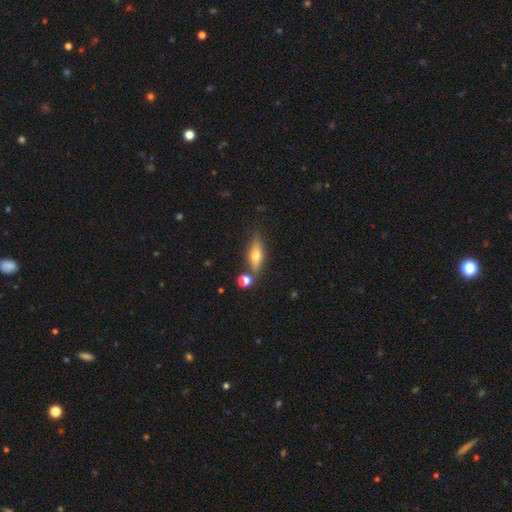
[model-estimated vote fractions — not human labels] This appears to be a smooth galaxy with no disk features (50%) that is cigar-shaped (50%). Merging: none (72%).